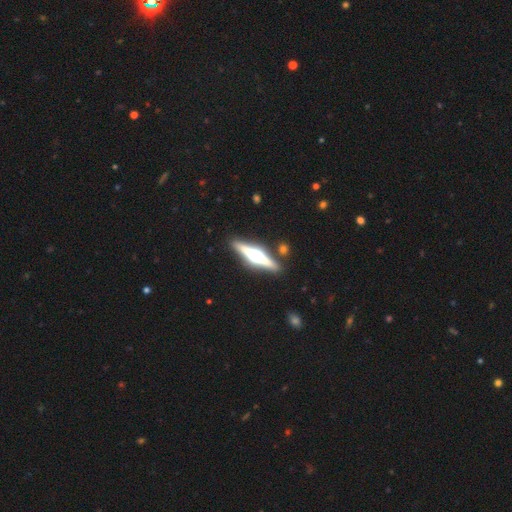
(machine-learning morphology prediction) A featured or disk galaxy (78%) viewed edge-on (98%) with a rounded central bulge (88%). Merging: none (88%).